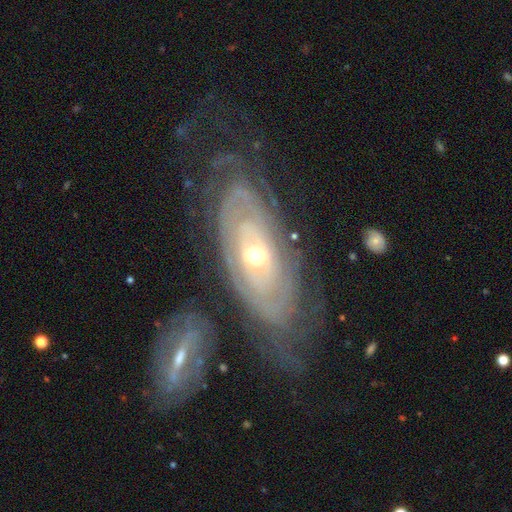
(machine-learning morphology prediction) Smooth or featured? Predicted: featured or disk (p=0.83). Edge-on disk? Predicted: no (p=0.89). Bar? Predicted: no (p=0.77). Spiral arms? Predicted: yes (p=0.74). Spiral winding? Predicted: tight (p=0.73). Spiral arm count? Predicted: can't tell (p=0.53). Bulge size? Predicted: moderate (p=0.63). Merging? Predicted: none (p=0.68).